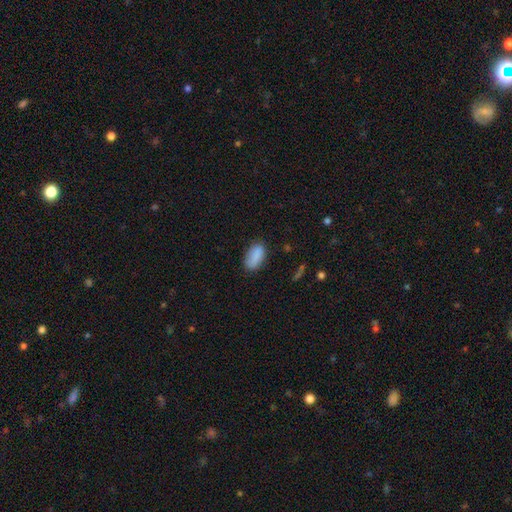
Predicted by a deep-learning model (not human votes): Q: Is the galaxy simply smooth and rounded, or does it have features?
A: smooth — 87%.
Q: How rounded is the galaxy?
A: in between — 92%.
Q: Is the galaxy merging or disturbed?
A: none — 74%.